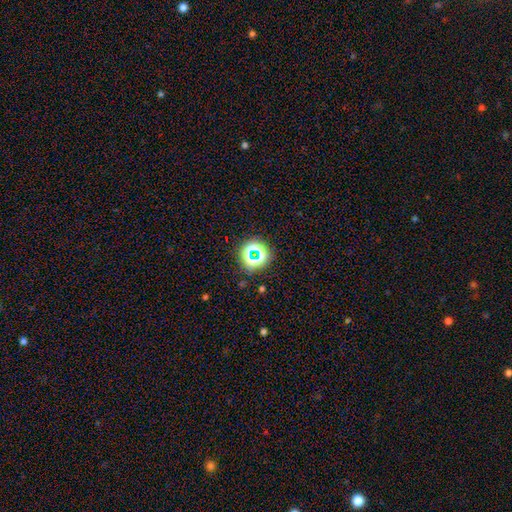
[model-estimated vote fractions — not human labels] A star or artifact, not a galaxy (61%).

Vote fractions:
- Smooth or featured? star or artifact: 61% / smooth: 29% / featured or disk: 11%